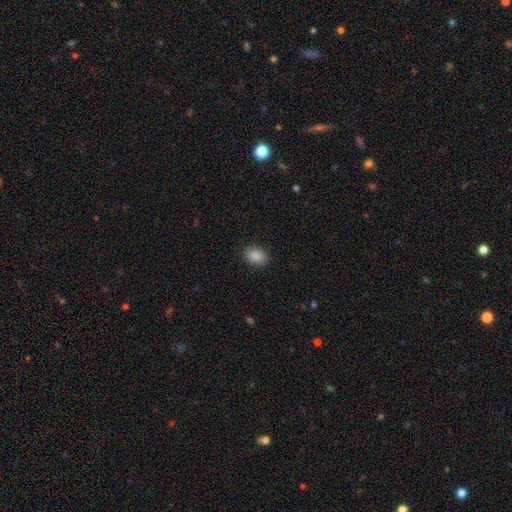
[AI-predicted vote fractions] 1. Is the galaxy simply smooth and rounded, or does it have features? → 89% smooth, 8% star or artifact, 3% featured or disk.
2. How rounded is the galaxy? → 77% in between, 22% round, 1% cigar-shaped.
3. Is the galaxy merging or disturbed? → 88% none, 8% minor disturbance, 2% major disturbance, 1% merger.